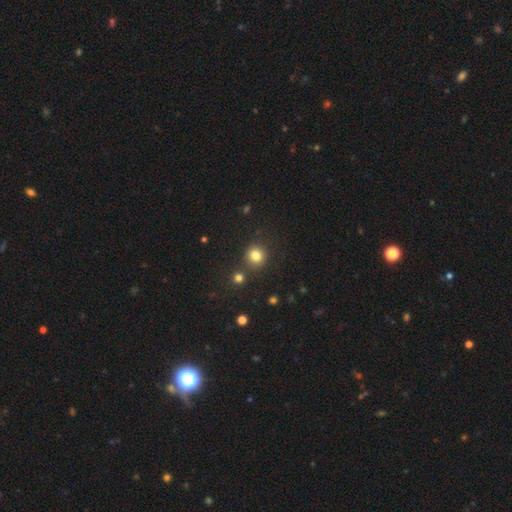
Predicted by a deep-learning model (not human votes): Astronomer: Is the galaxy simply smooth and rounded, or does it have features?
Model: smooth — 81%.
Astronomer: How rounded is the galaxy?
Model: round — 88%.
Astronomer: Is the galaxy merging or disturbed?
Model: none — 81%.